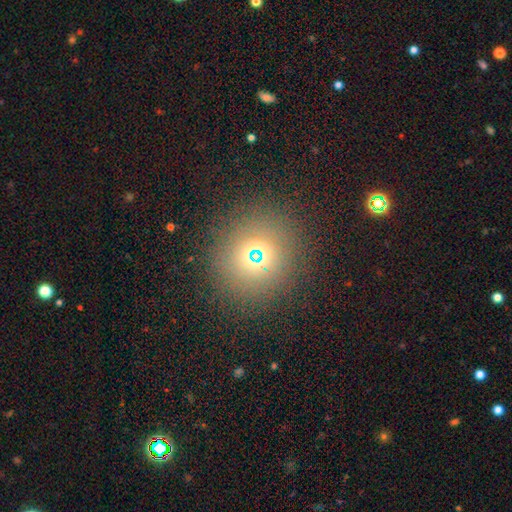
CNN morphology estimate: A smooth galaxy with no disk features (49%). Merging: none (87%).